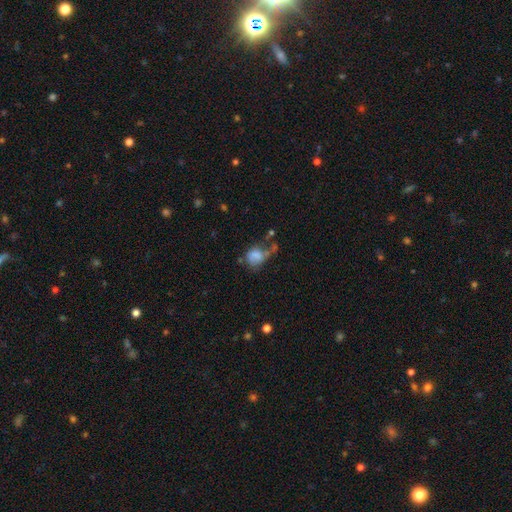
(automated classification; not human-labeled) This appears to be a smooth galaxy with no disk features (69%) that is in between round and cigar-shaped (52%). Merging: major disturbance (29%).